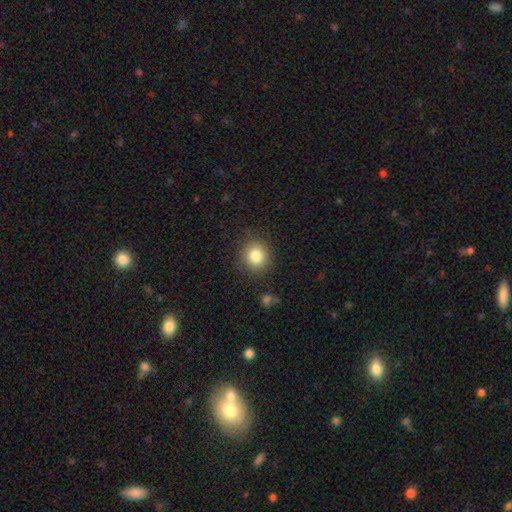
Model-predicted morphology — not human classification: Overall: smooth (82%). How rounded: round (84%). Merging: none (86%).